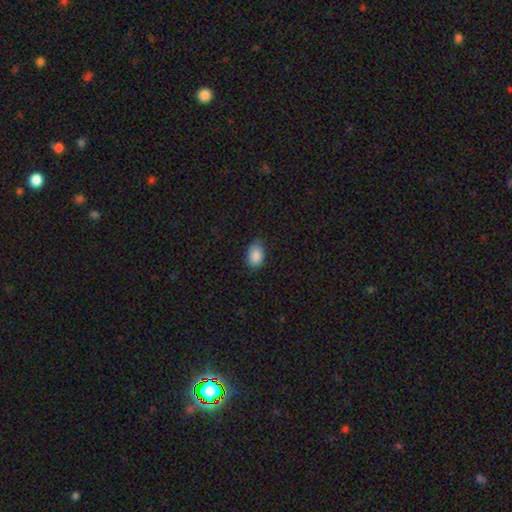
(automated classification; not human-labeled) A smooth galaxy with no disk features (87%) that is in between round and cigar-shaped (87%). Merging: none (75%).